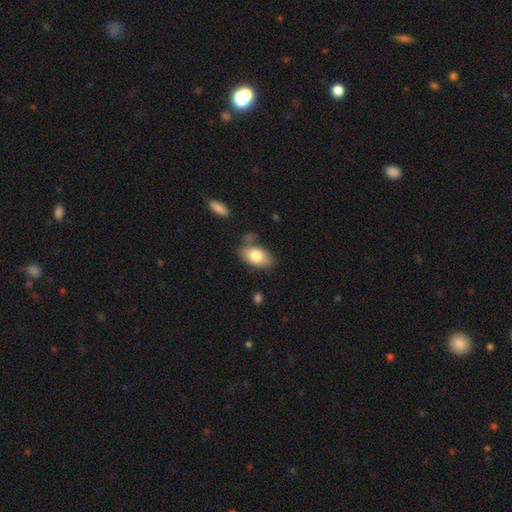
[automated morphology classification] Smooth or featured? smooth (78%)
How rounded? in between (92%)
Merging? none (71%)